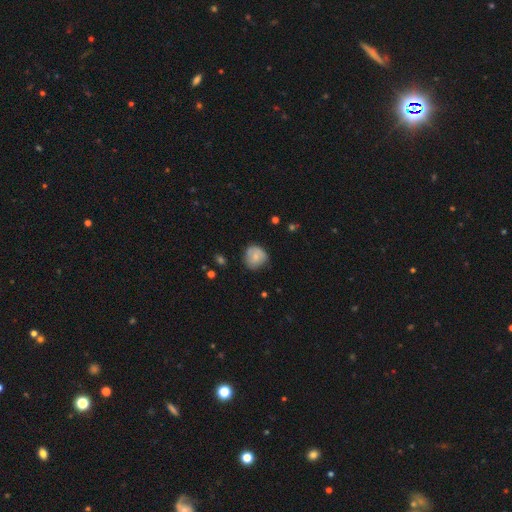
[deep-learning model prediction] Overall: smooth (69%). How rounded: round (82%). Merging: none (62%; minor disturbance 29%).